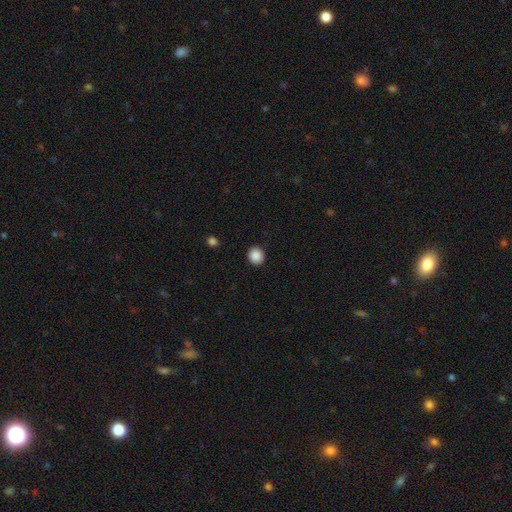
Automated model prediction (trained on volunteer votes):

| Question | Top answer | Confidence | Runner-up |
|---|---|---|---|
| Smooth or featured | smooth | 88% | star or artifact (9%) |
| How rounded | round | 85% | in between (15%) |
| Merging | none | 91% | minor disturbance (6%) |